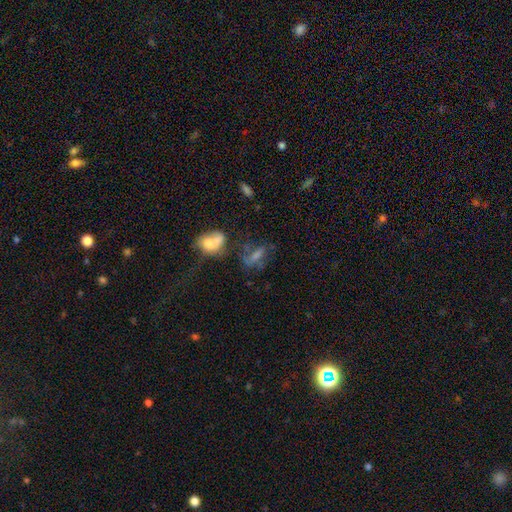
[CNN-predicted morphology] A featured or disk galaxy (40%).

Vote fractions:
- Smooth or featured? featured or disk: 40% / smooth: 34% / star or artifact: 26%
- Merging? none: 44% / merger: 20% / major disturbance: 18% / minor disturbance: 18%